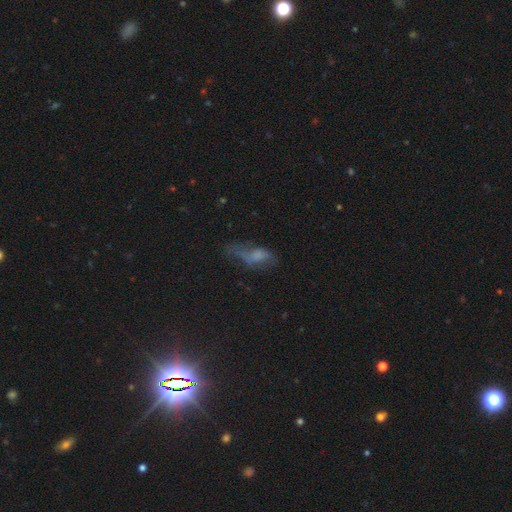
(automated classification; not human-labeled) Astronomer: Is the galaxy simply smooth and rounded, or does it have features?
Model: smooth — 53% (runner-up: featured or disk, 32%).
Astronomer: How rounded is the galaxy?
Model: in between — 72%.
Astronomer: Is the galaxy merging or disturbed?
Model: major disturbance — 40% (runner-up: none, 30%).